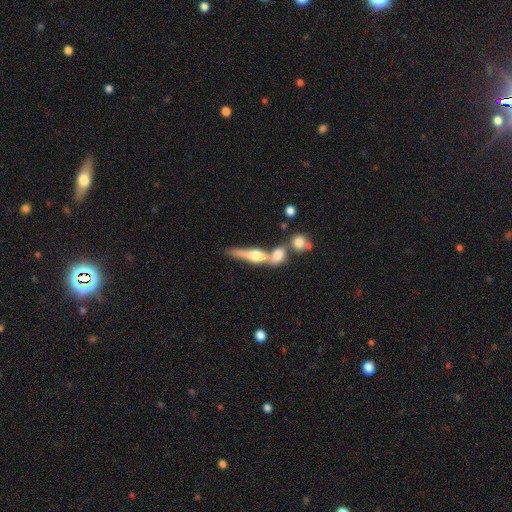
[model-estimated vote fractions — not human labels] featured or disk 52%, smooth 39%, star or artifact 8%. Down the decision tree: edge-on disk — yes (83%); merging — merger (50%).